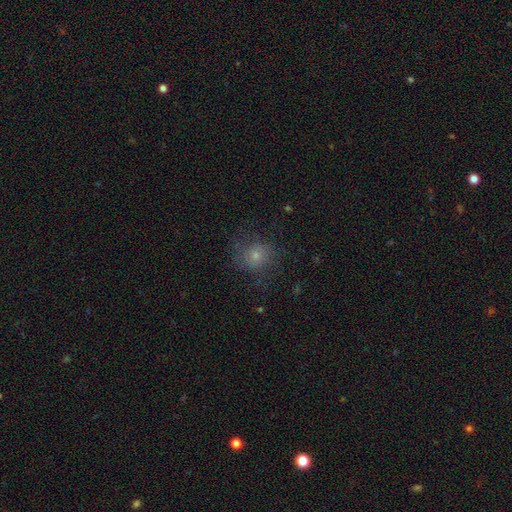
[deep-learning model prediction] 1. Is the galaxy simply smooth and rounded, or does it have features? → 61% smooth, 24% featured or disk, 15% star or artifact.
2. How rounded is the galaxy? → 84% round, 15% in between, 1% cigar-shaped.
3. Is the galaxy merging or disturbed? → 70% none, 17% minor disturbance, 12% major disturbance, 1% merger.